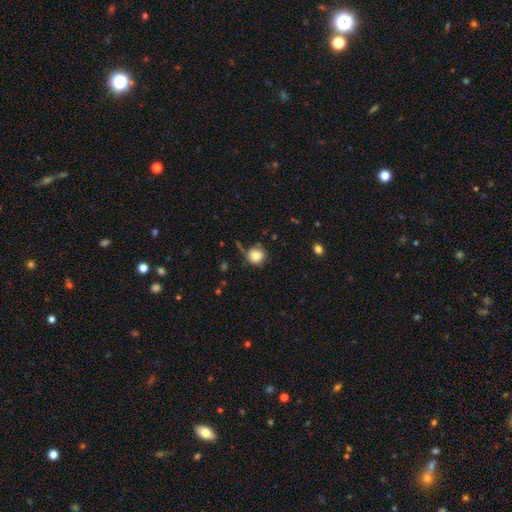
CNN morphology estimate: This appears to be a smooth galaxy with no disk features (83%) that is round (91%). Merging: none (71%).